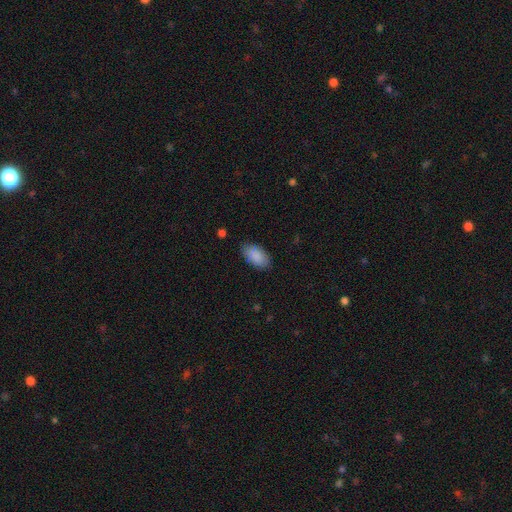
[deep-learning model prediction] This appears to be a smooth galaxy with no disk features (87%) that is in between round and cigar-shaped (95%). Merging: none (79%).